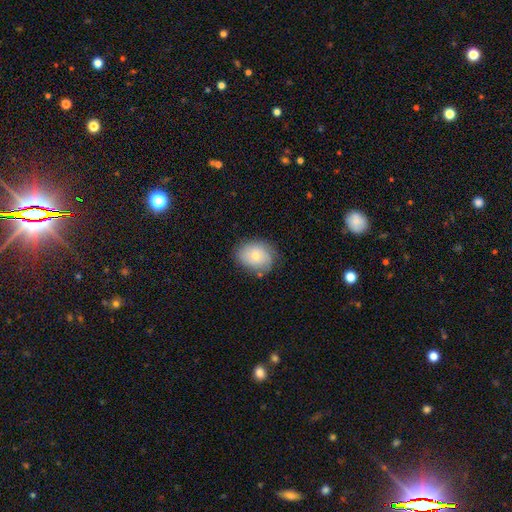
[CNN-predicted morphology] This appears to be a smooth galaxy with no disk features (66%) that is in between round and cigar-shaped (52%). Merging: none (71%).